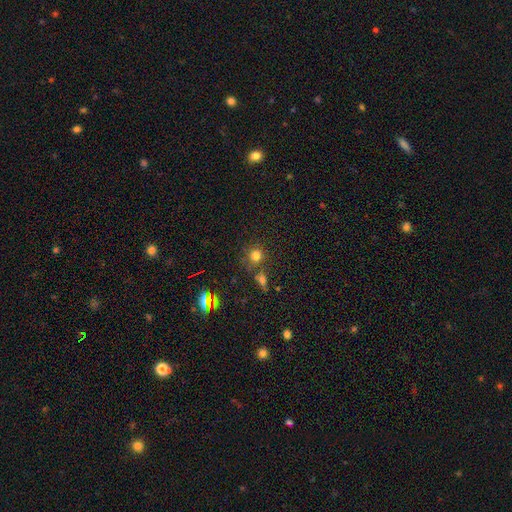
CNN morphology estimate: type=smooth (71%); roundness=round (88%); merging=none (69%).